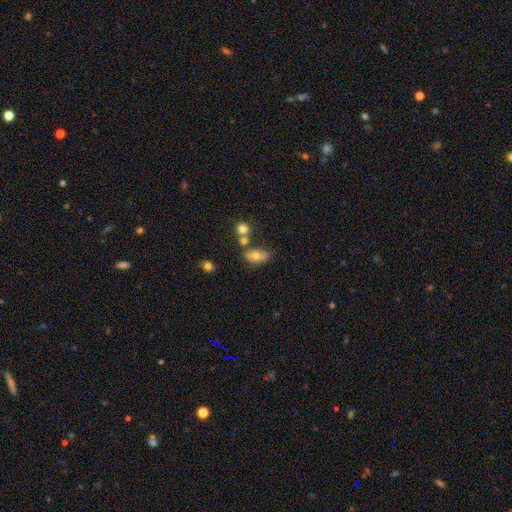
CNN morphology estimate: smooth 69%, featured or disk 21%, star or artifact 10%. Down the decision tree: how rounded — in between (85%); merging — none (57%).